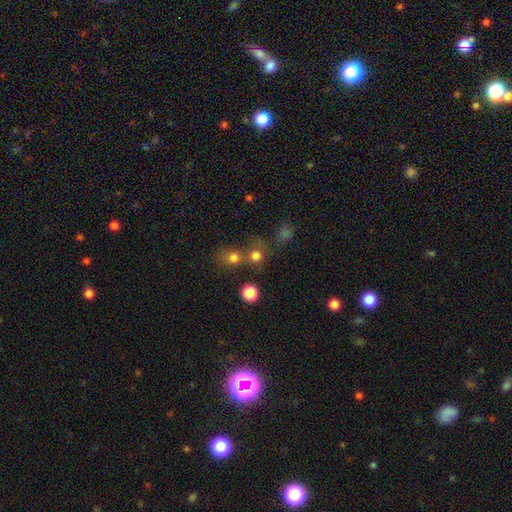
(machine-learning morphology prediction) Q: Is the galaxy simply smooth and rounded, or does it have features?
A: smooth — 75%.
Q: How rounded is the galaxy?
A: round — 87%.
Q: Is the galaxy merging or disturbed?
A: none — 56%.